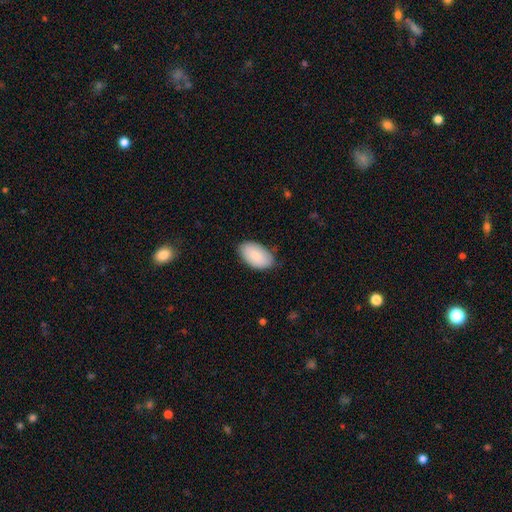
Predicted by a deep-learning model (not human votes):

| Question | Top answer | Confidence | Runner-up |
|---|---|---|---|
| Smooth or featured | smooth | 87% | featured or disk (8%) |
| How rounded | in between | 96% | round (3%) |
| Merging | none | 77% | minor disturbance (19%) |